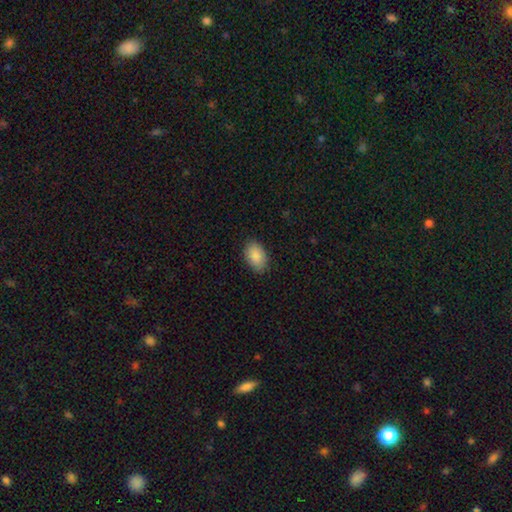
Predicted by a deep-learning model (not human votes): Morphology: type=smooth (88%); roundness=in between (89%); merging=none (86%).